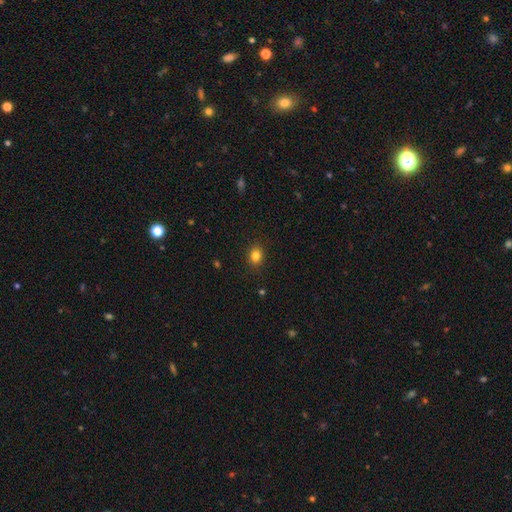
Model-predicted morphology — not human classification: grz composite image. It shows a smooth galaxy with no disk features (83%) that is round (51%). Merging: none (89%).